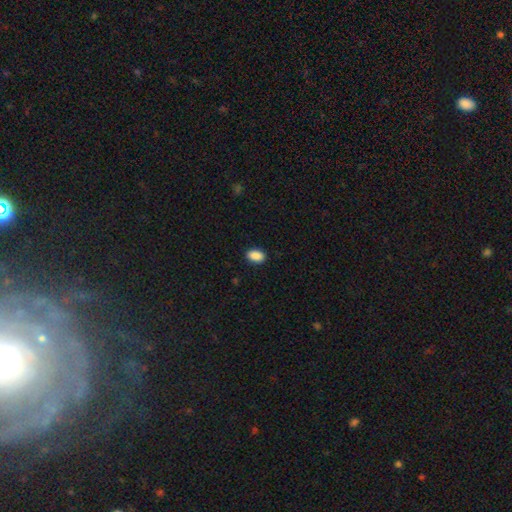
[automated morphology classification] smooth-or-featured: smooth: 90% | star or artifact: 8% | featured or disk: 3%
  how-rounded: in between: 89% | round: 9% | cigar-shaped: 1%
  merging: none: 90% | minor disturbance: 7% | major disturbance: 2% | merger: 1%